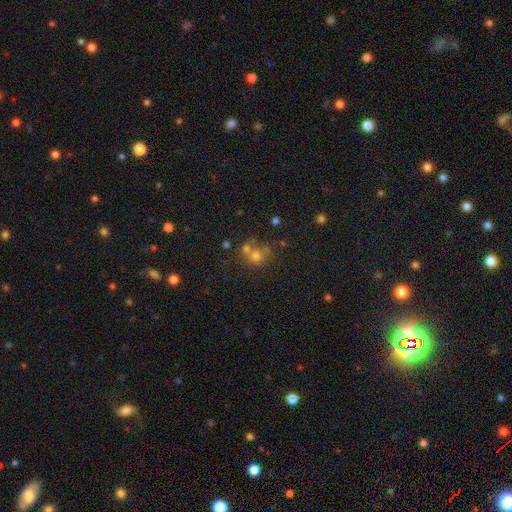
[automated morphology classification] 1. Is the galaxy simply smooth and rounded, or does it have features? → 64% smooth, 21% star or artifact, 15% featured or disk.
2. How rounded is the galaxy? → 84% round, 15% in between, 1% cigar-shaped.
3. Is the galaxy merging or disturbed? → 51% none, 35% merger, 9% minor disturbance, 5% major disturbance.